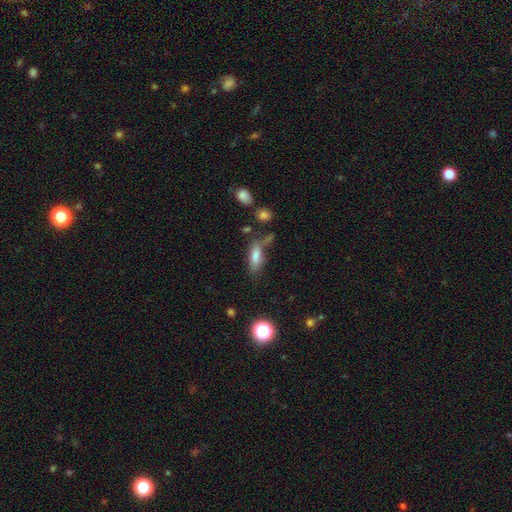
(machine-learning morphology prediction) smooth_or_featured: smooth (p=0.75) [alt: featured or disk p=0.14]
how_rounded: in between (p=0.70) [alt: cigar-shaped p=0.26]
merging: none (p=0.53) [alt: minor disturbance p=0.22]